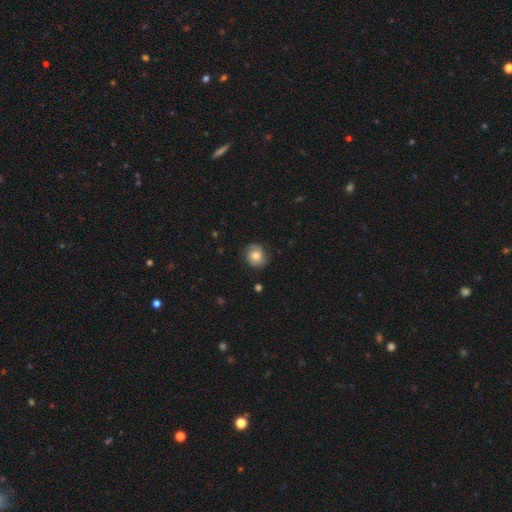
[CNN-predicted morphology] This is likely a smooth galaxy (70%). How rounded: likely round (78%). Merging: likely none (77%).